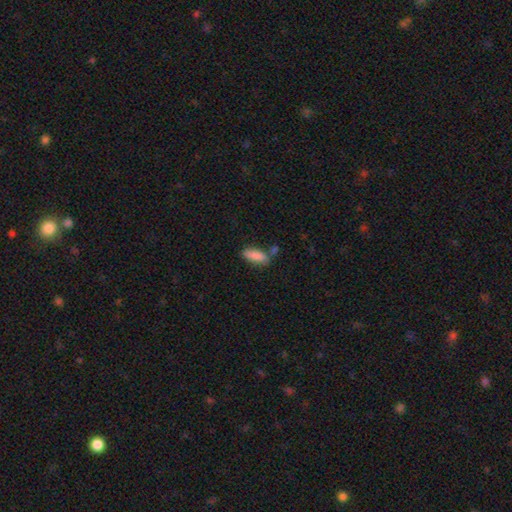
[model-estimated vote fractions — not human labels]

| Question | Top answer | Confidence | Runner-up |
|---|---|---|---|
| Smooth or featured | smooth | 86% | featured or disk (7%) |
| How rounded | in between | 69% | cigar-shaped (29%) |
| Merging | none | 66% | minor disturbance (17%) |